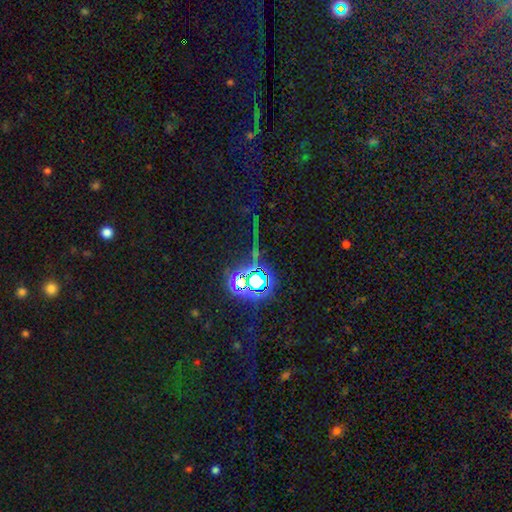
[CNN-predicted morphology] This appears to be a star or artifact, not a galaxy (77%).